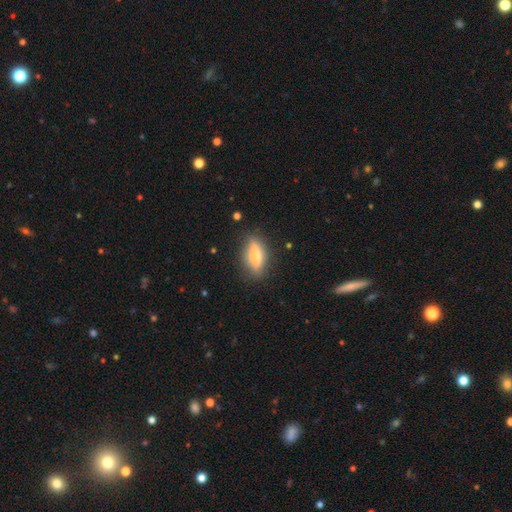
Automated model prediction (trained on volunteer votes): smooth-or-featured: smooth: 54% | featured or disk: 38% | star or artifact: 8%
  how-rounded: in between: 56% | cigar-shaped: 40% | round: 4%
  merging: none: 80% | minor disturbance: 14% | major disturbance: 4% | merger: 1%